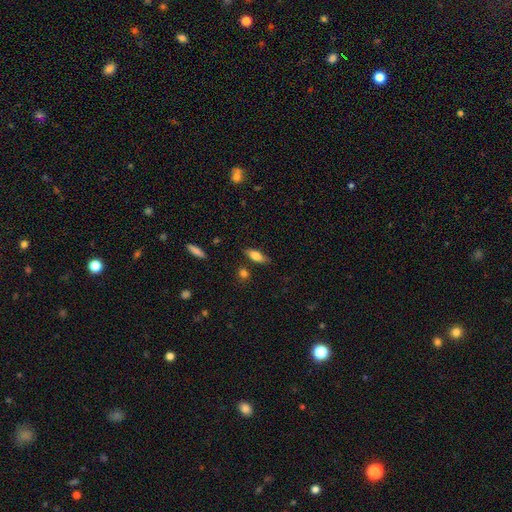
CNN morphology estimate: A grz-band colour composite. It shows a smooth galaxy with no disk features (74%) that is in between round and cigar-shaped (69%). Merging: none (79%).